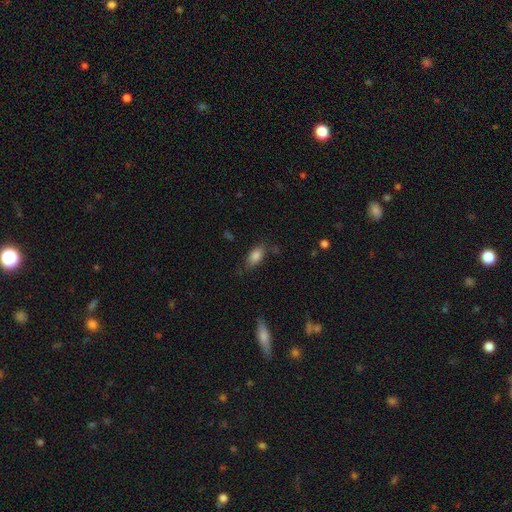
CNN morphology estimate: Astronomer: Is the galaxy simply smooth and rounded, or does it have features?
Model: smooth — 83%.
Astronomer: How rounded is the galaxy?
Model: in between — 88%.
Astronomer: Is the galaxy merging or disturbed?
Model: none — 73%.